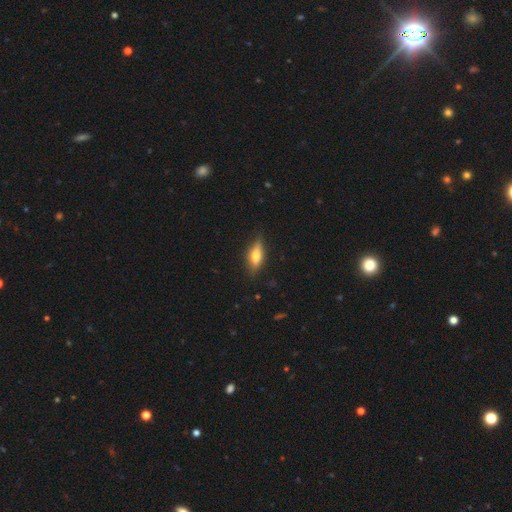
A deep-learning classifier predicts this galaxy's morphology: Q: Smooth or featured?
A: smooth (55%); runner-up: featured or disk (37%)
Q: How rounded?
A: in between (61%); runner-up: cigar-shaped (36%)
Q: Merging?
A: none (81%); runner-up: minor disturbance (15%)